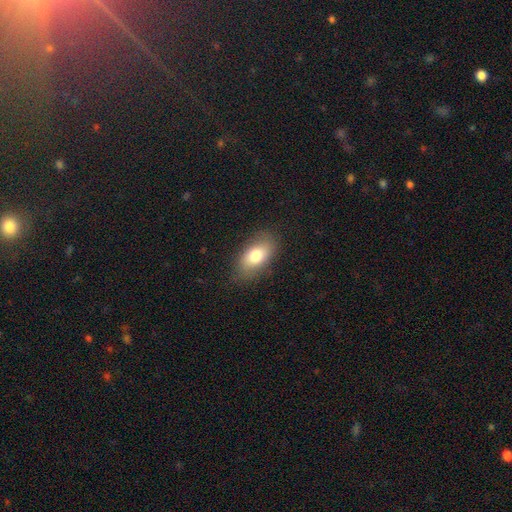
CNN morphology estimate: This is likely a smooth galaxy (77%). How rounded: clearly in between (91%). Merging: clearly none (82%).